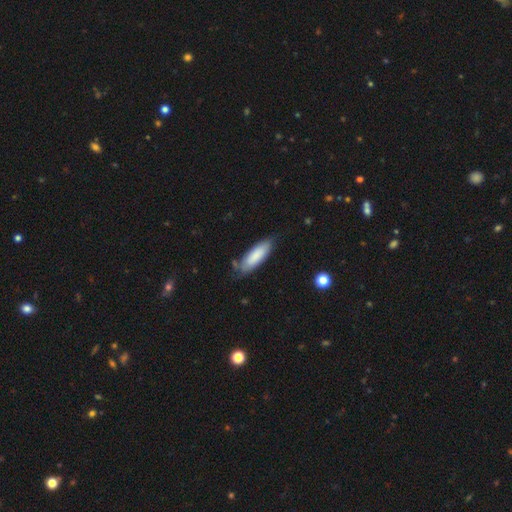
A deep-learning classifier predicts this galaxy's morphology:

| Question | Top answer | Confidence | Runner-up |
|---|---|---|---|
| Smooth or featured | smooth | 82% | featured or disk (13%) |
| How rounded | in between | 57% | cigar-shaped (42%) |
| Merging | none | 69% | minor disturbance (22%) |